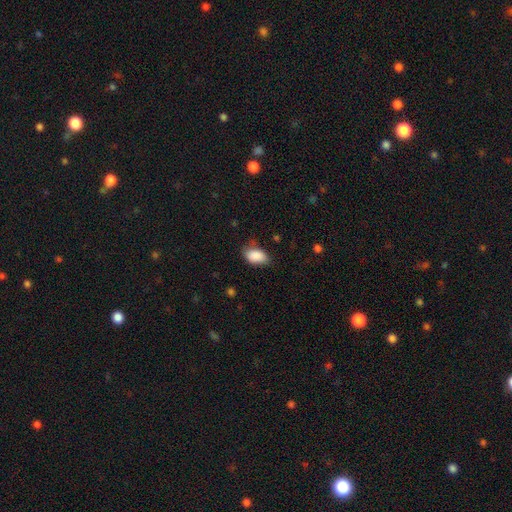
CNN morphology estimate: This appears to be a smooth galaxy with no disk features (88%) that is in between round and cigar-shaped (90%). Merging: none (64%).